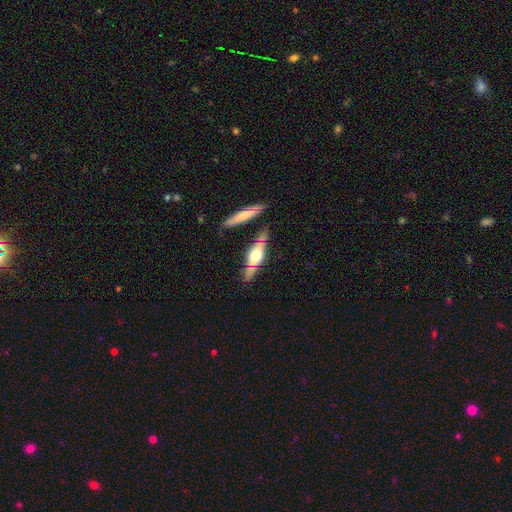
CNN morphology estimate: A featured or disk galaxy (55%) viewed edge-on (87%). Merging: none (74%).